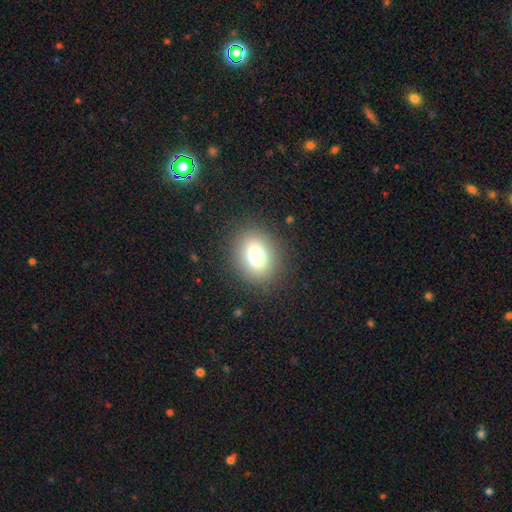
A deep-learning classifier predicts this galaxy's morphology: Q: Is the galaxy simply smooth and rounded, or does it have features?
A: smooth — 76%.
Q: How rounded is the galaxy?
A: round — 56%.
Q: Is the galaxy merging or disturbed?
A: none — 87%.